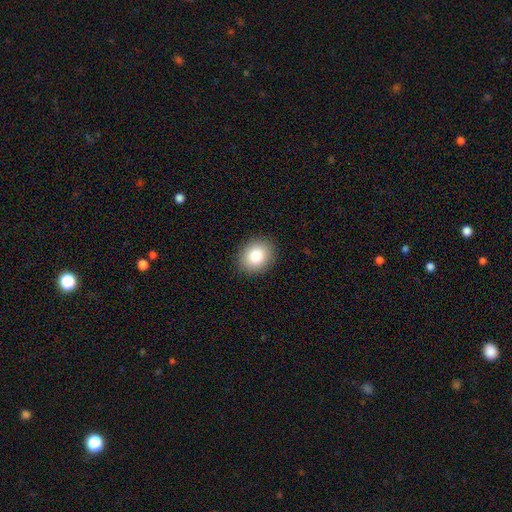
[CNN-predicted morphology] A smooth galaxy with no disk features (85%) that is round (52%). Merging: none (90%).